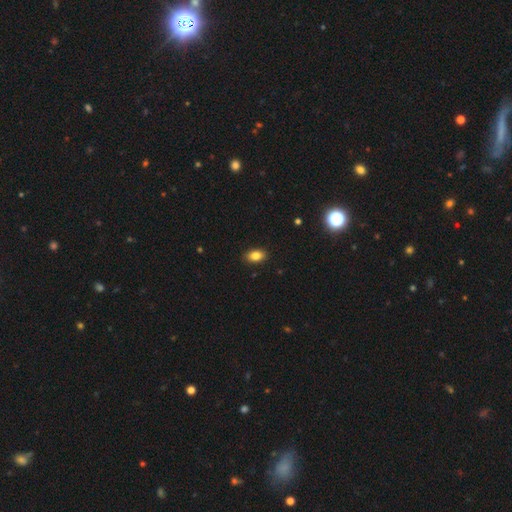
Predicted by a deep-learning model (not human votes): smooth_or_featured: smooth (p=0.84) [alt: star or artifact p=0.09]
how_rounded: in between (p=0.87) [alt: round p=0.11]
merging: none (p=0.89) [alt: minor disturbance p=0.08]